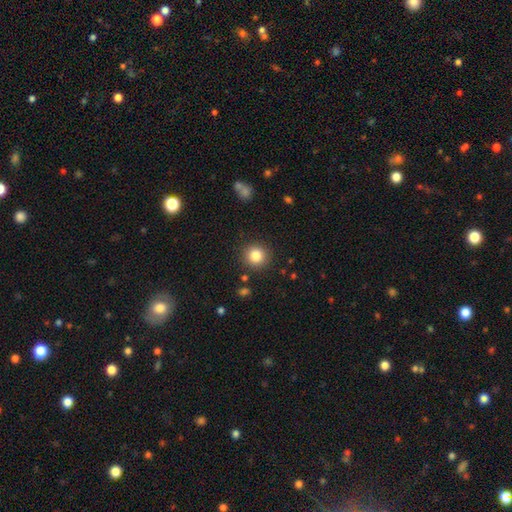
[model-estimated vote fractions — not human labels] Smooth or featured? smooth (83%)
How rounded? round (92%)
Merging? none (88%)